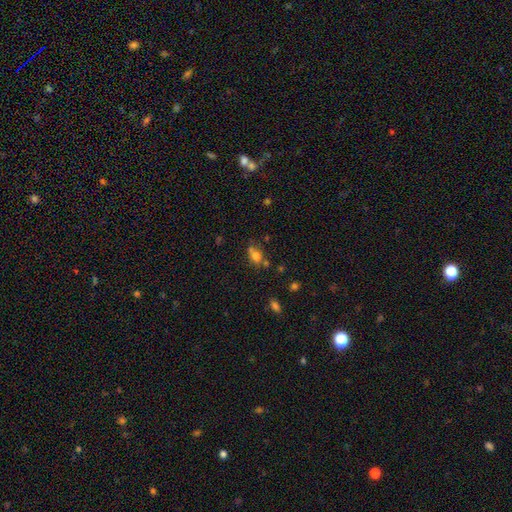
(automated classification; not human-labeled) A smooth galaxy with no disk features (72%) that is in between round and cigar-shaped (56%). Merging: none (49%).